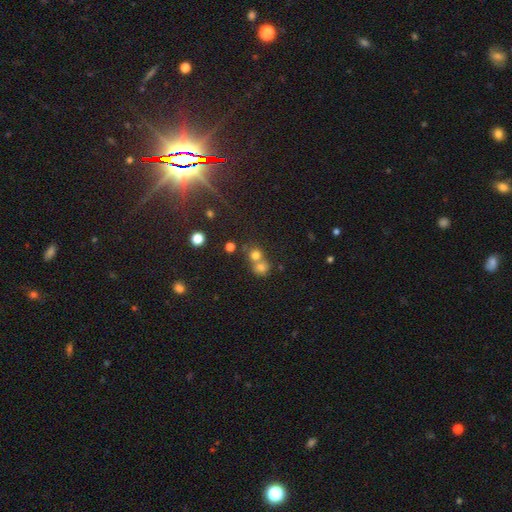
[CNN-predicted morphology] The model was most divided on "merging": merger: 48%, none: 43%, minor disturbance: 6%, major disturbance: 3%. More confident: how rounded — round (84%); smooth or featured — smooth (71%).